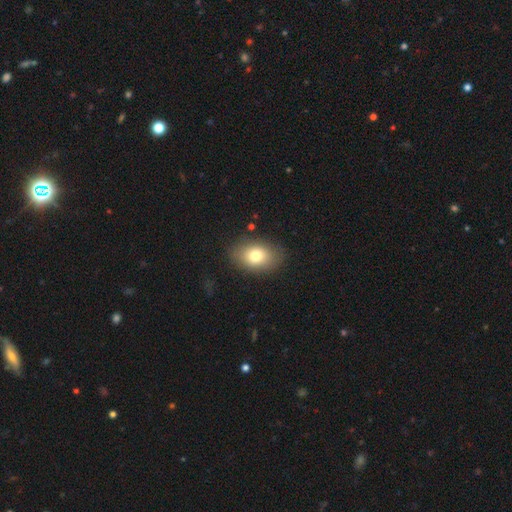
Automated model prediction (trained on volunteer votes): Q: Smooth or featured?
A: smooth (78%); runner-up: featured or disk (14%)
Q: How rounded?
A: in between (83%); runner-up: round (16%)
Q: Merging?
A: none (83%); runner-up: minor disturbance (12%)